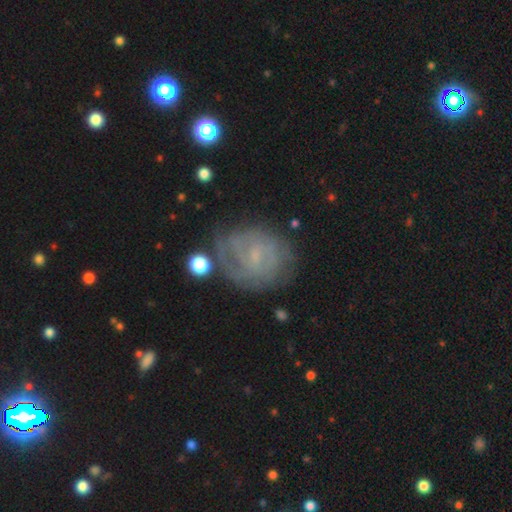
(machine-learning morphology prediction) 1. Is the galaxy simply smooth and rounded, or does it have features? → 69% featured or disk, 21% smooth, 9% star or artifact.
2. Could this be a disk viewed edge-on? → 97% no, 3% yes.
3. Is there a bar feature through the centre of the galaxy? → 53% weak, 36% no, 11% strong.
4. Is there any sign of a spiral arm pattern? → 84% yes, 16% no.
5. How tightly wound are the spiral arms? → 59% tight, 30% medium, 11% loose.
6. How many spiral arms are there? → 47% can't tell, 27% 2, 11% 3, 5% 4, 5% 1, 4% more than 4.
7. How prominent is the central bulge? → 65% small, 21% none, 12% moderate, 1% large, 1% dominant.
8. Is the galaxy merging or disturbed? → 67% none, 19% minor disturbance, 10% major disturbance, 3% merger.